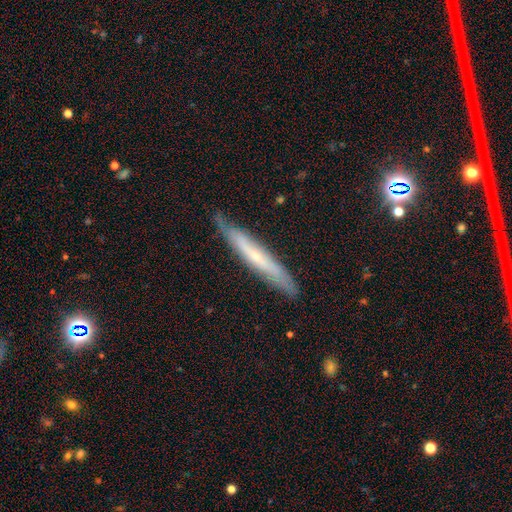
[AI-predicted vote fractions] Smooth or featured: featured or disk — 56% (smooth — 37%)
Edge-on disk: yes — 81% (no — 19%)
Merging: none — 79% (minor disturbance — 17%)